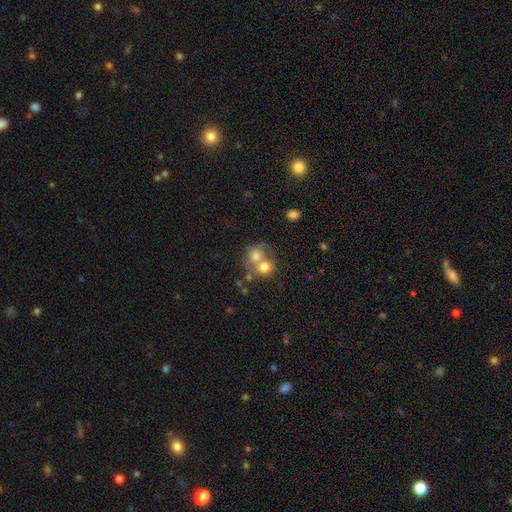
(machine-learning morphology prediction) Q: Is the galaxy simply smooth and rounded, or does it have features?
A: smooth — 67%.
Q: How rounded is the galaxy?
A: round — 74%.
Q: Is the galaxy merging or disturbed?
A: merger — 65%.